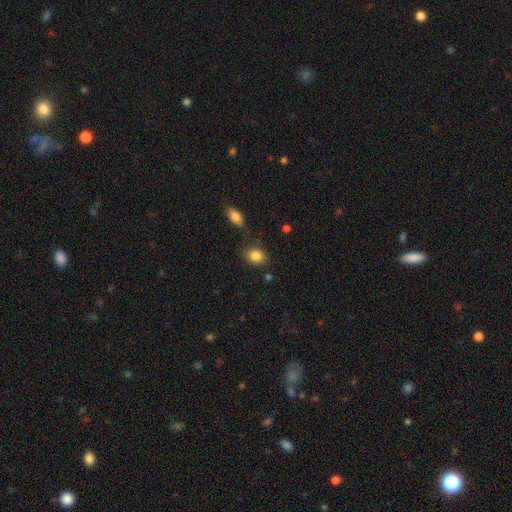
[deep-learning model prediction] Smooth or featured?
  - smooth: 84% *
  - star or artifact: 9%
  - featured or disk: 7%
How rounded?
  - in between: 61% *
  - round: 37%
  - cigar-shaped: 1%
Merging?
  - none: 72% *
  - minor disturbance: 17%
  - merger: 7%
  - major disturbance: 5%